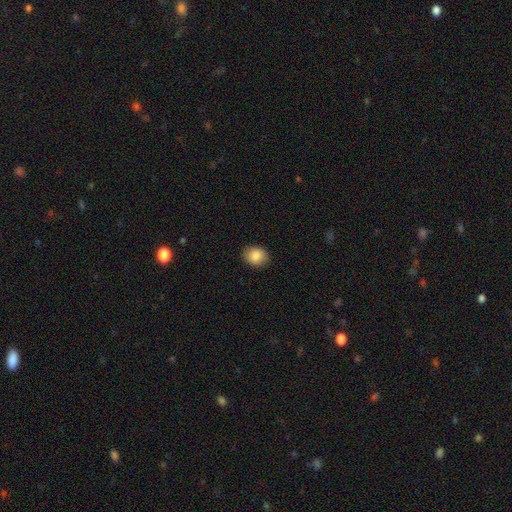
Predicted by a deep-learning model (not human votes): smooth_or_featured: smooth (p=0.87) [alt: star or artifact p=0.08]
how_rounded: in between (p=0.50) [alt: round p=0.49]
merging: none (p=0.88) [alt: minor disturbance p=0.09]